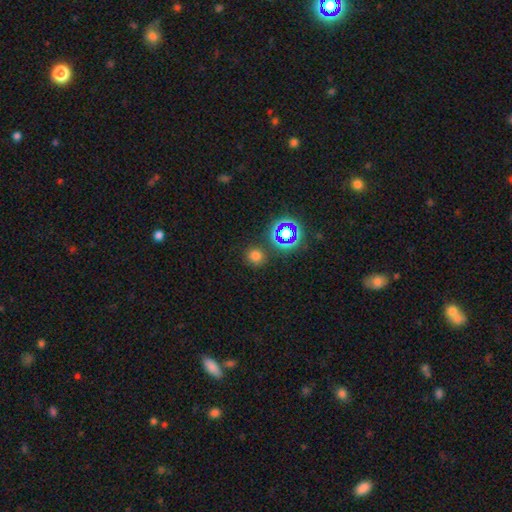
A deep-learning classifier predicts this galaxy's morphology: Smooth or featured: smooth — 69% (star or artifact — 25%)
How rounded: round — 91% (in between — 8%)
Merging: none — 84% (minor disturbance — 8%)